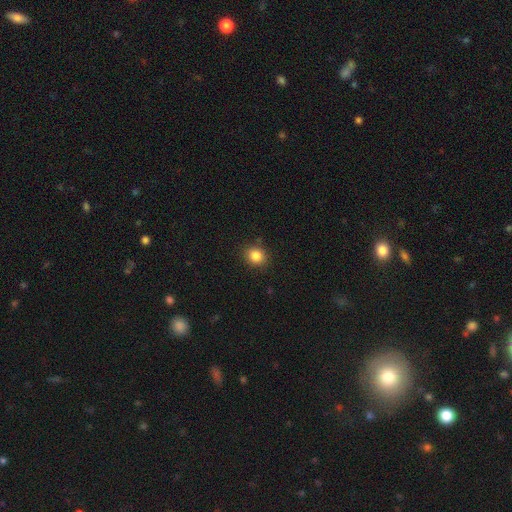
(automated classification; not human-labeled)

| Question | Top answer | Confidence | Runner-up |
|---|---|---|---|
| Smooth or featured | smooth | 84% | star or artifact (11%) |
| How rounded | round | 74% | in between (25%) |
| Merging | none | 88% | minor disturbance (8%) |